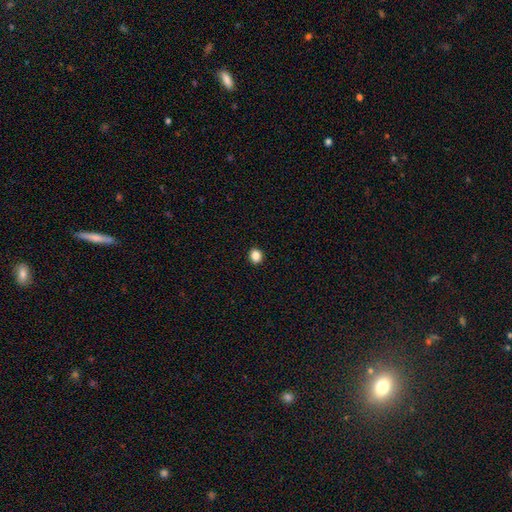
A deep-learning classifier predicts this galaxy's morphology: smooth 86%, star or artifact 11%, featured or disk 3%. Down the decision tree: how rounded — round (79%); merging — none (93%).